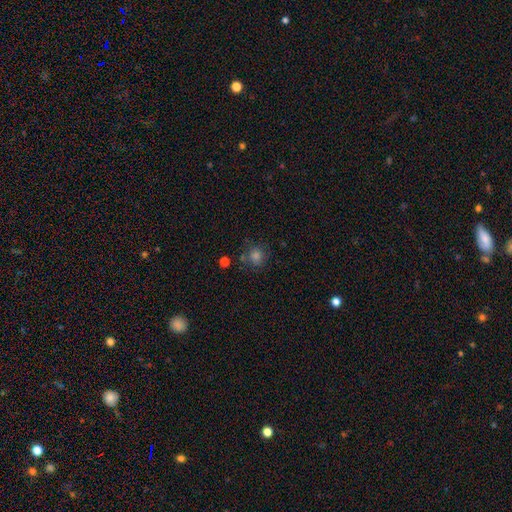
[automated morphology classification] Smooth or featured? Predicted: smooth (p=0.67). How rounded? Predicted: round (p=0.87). Merging? Predicted: none (p=0.75).